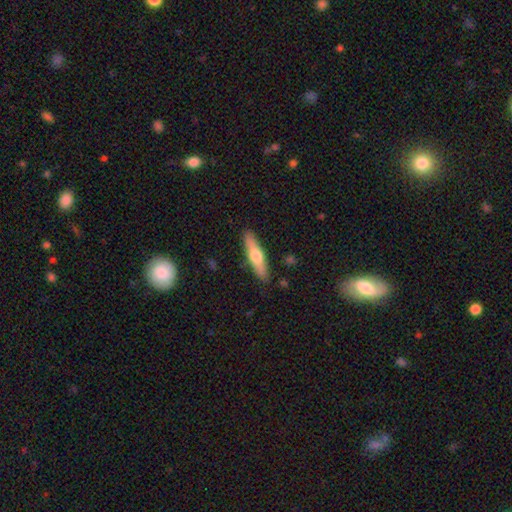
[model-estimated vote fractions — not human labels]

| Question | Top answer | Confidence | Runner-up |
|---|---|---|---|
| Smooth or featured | smooth | 55% | featured or disk (39%) |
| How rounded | cigar-shaped | 74% | in between (24%) |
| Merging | none | 88% | minor disturbance (9%) |